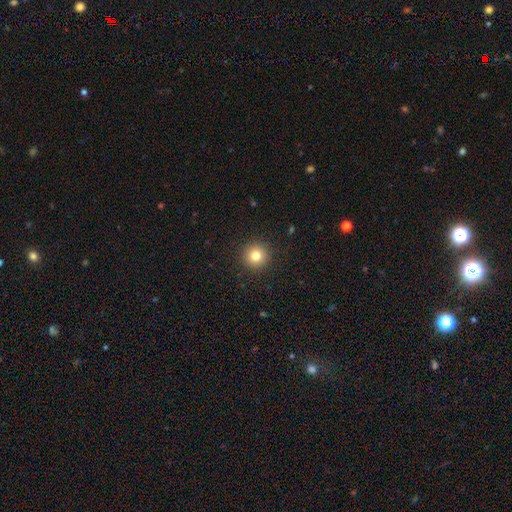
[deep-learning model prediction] A smooth galaxy with no disk features (81%) that is round (95%). Merging: none (92%).